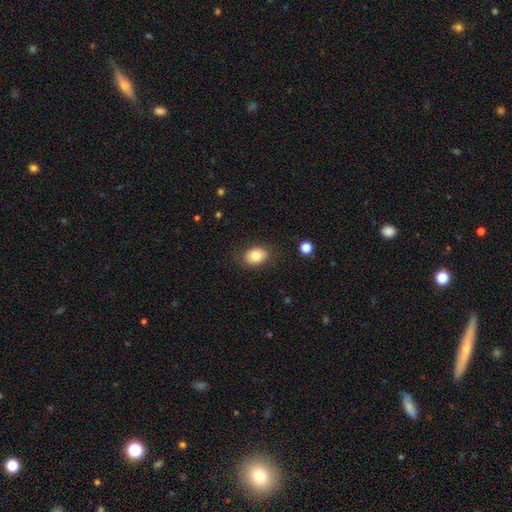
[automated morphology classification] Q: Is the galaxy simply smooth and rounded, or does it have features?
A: smooth — 80%.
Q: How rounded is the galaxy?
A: in between — 67%.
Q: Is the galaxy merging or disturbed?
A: none — 84%.